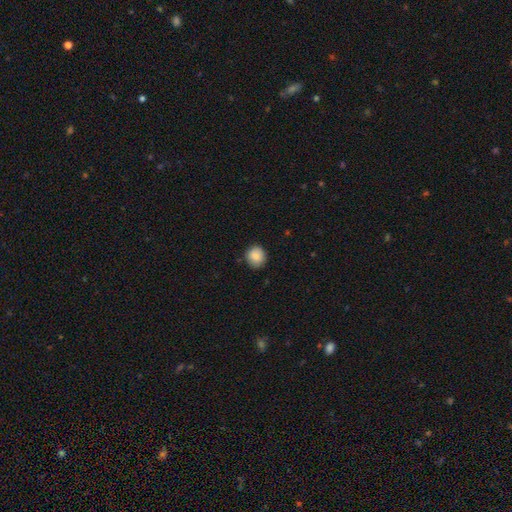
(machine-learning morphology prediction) smooth 87%, star or artifact 8%, featured or disk 5%. Down the decision tree: how rounded — round (86%); merging — none (85%).